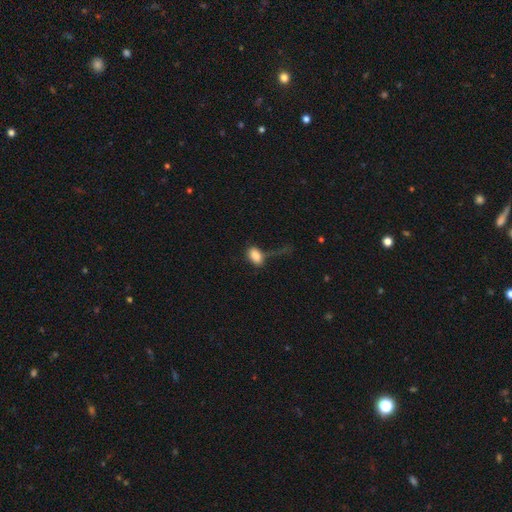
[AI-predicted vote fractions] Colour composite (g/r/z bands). It shows a smooth galaxy with no disk features (83%) that is in between round and cigar-shaped (87%). Merging: none (42%).